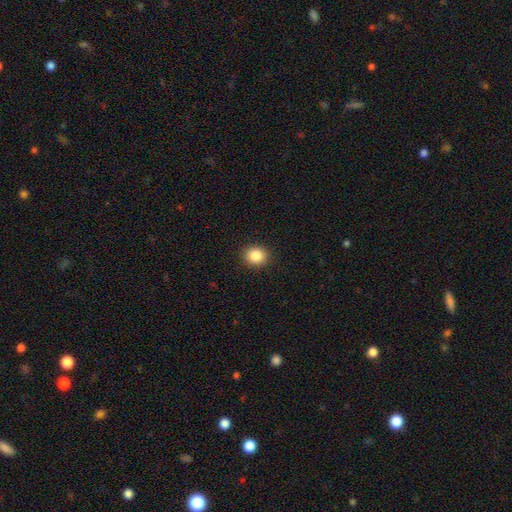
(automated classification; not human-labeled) Q: Smooth or featured?
A: smooth (86%); runner-up: star or artifact (9%)
Q: How rounded?
A: round (71%); runner-up: in between (28%)
Q: Merging?
A: none (91%); runner-up: minor disturbance (6%)